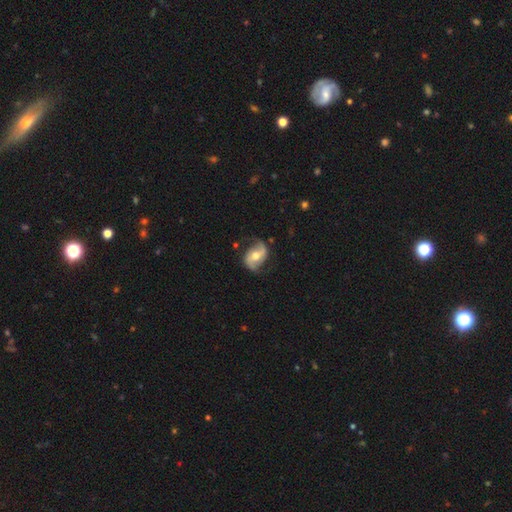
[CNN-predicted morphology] Smooth or featured?
  - featured or disk: 80% *
  - smooth: 15%
  - star or artifact: 6%
Edge-on disk?
  - no: 97% *
  - yes: 3%
Bar?
  - no: 41% *
  - weak: 40%
  - strong: 19%
Spiral arms?
  - yes: 93% *
  - no: 7%
Spiral winding?
  - loose: 51% *
  - medium: 37%
  - tight: 12%
Spiral arm count?
  - 2: 90% *
  - can't tell: 4%
  - 1: 3%
  - 3: 1%
  - 4: 1%
  - more than 4: 1%
Bulge size?
  - moderate: 70% *
  - small: 15%
  - large: 11%
  - none: 2%
  - dominant: 1%
Merging?
  - none: 72% *
  - minor disturbance: 19%
  - major disturbance: 8%
  - merger: 2%